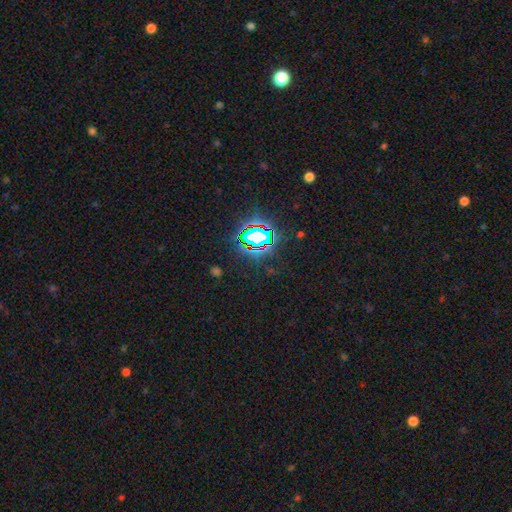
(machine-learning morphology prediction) This appears to be a star or artifact, not a galaxy (82%).